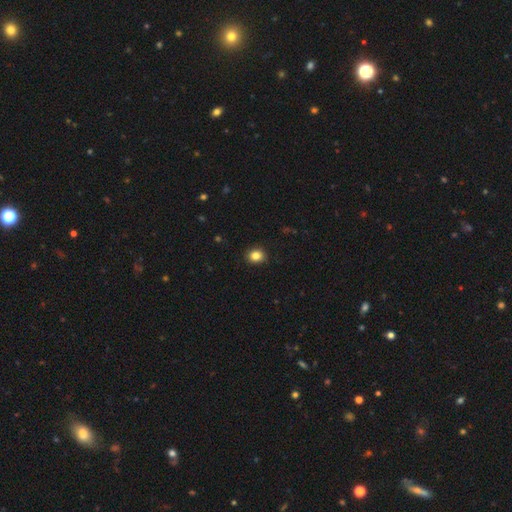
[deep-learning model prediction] Smooth or featured: smooth — 84% (star or artifact — 11%)
How rounded: round — 75% (in between — 25%)
Merging: none — 90% (minor disturbance — 7%)